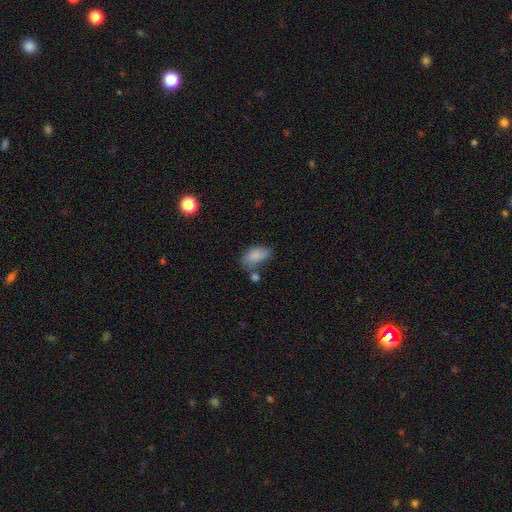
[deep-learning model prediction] Morphology: type=smooth (84%); roundness=in between (93%); merging=none (47%).